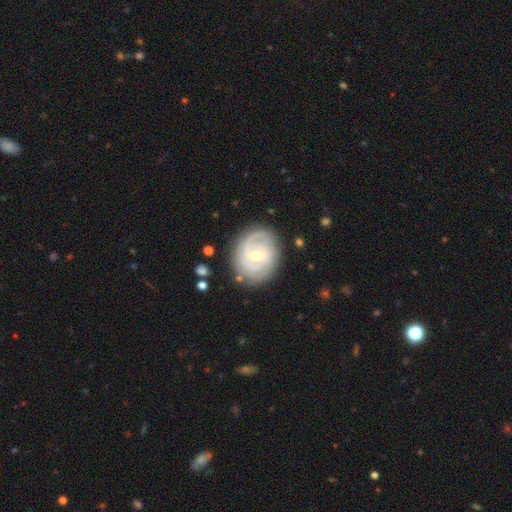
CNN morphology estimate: smooth_or_featured: featured or disk (p=0.82) [alt: smooth p=0.13]
disk_edge_on: no (p=0.97) [alt: yes p=0.03]
bar: weak (p=0.53) [alt: no p=0.28]
has_spiral_arms: yes (p=0.87) [alt: no p=0.13]
spiral_winding: tight (p=0.67) [alt: medium p=0.25]
spiral_arm_count: 2 (p=0.45) [alt: can't tell p=0.29]
bulge_size: moderate (p=0.63) [alt: small p=0.33]
merging: none (p=0.79) [alt: minor disturbance p=0.14]